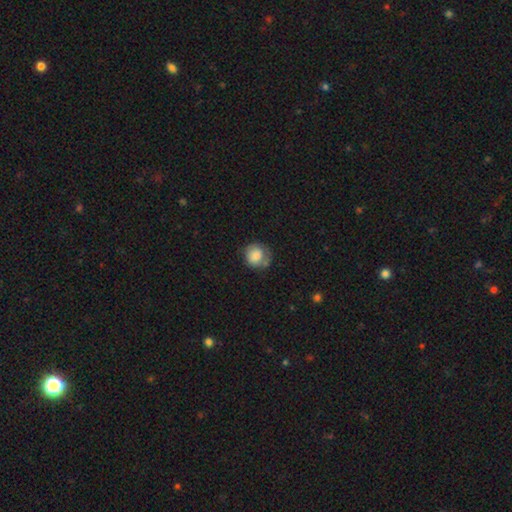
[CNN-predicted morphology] type=smooth (78%); roundness=round (83%); merging=none (56%).